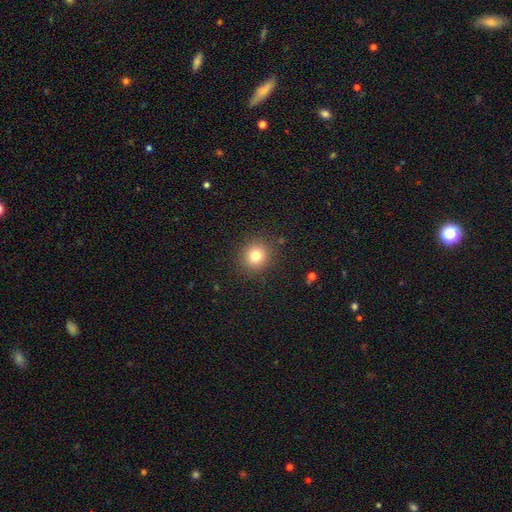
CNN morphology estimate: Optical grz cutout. It shows a smooth galaxy with no disk features (79%) that is round (87%). Merging: none (89%).